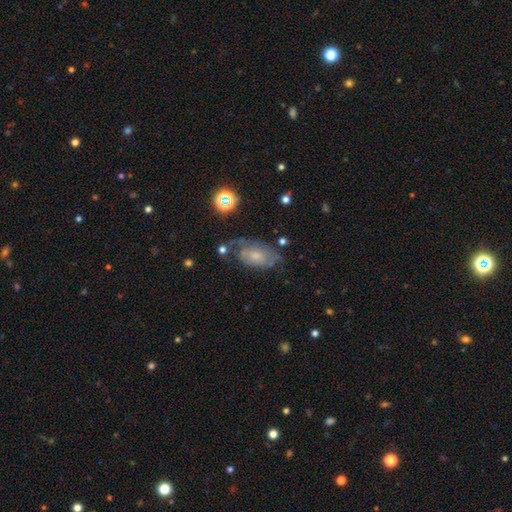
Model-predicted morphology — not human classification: Q: Smooth or featured?
A: featured or disk (55%); runner-up: smooth (32%)
Q: Edge-on disk?
A: no (93%); runner-up: yes (7%)
Q: Bar?
A: no (78%); runner-up: weak (19%)
Q: Spiral arms?
A: yes (72%); runner-up: no (28%)
Q: Bulge size?
A: small (52%); runner-up: moderate (32%)
Q: Merging?
A: none (52%); runner-up: minor disturbance (26%)